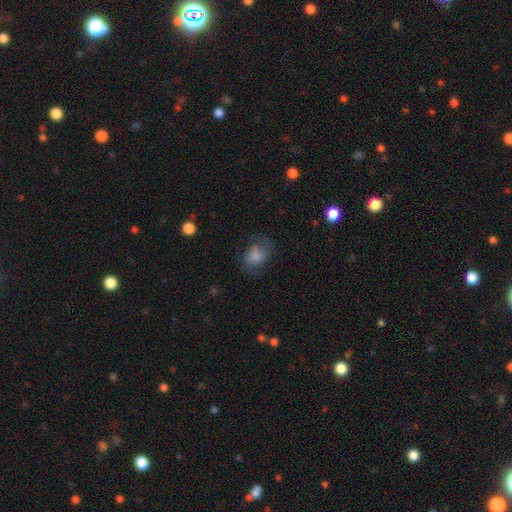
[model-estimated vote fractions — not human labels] The model was most divided on "how rounded": in between: 56%, round: 42%, cigar-shaped: 1%. More confident: smooth or featured — smooth (66%); merging — none (52%).